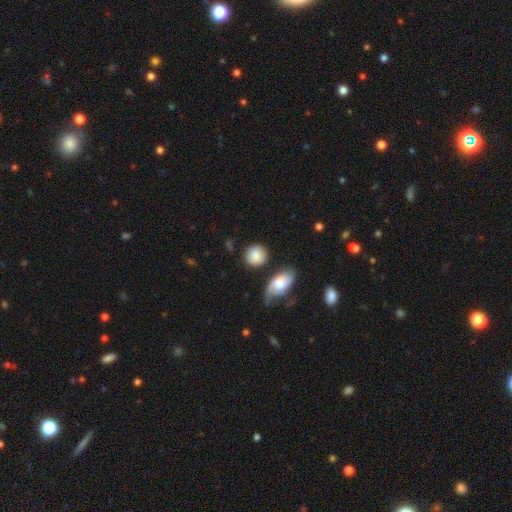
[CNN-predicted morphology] Smooth or featured? smooth (82%)
How rounded? round (82%)
Merging? none (75%)